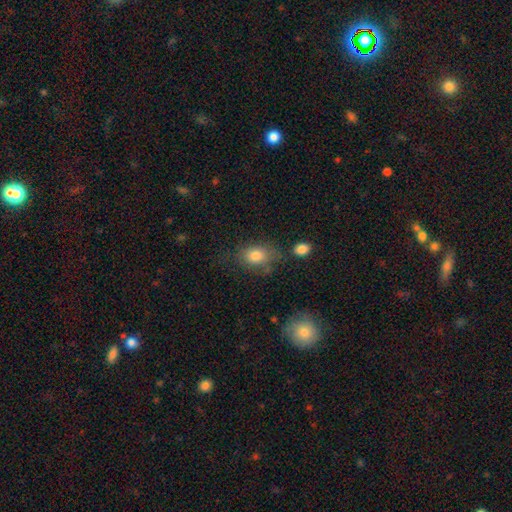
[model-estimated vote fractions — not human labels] Smooth or featured?
  - smooth: 81% *
  - featured or disk: 10%
  - star or artifact: 9%
How rounded?
  - in between: 69% *
  - round: 30%
  - cigar-shaped: 1%
Merging?
  - none: 62% *
  - minor disturbance: 22%
  - major disturbance: 9%
  - merger: 6%